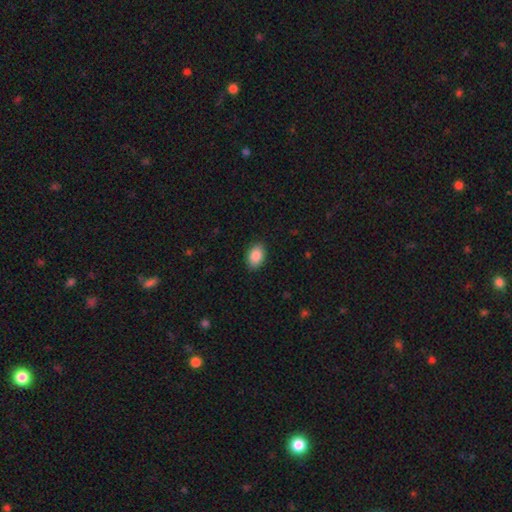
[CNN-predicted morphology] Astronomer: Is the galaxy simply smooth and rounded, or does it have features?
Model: smooth — 89%.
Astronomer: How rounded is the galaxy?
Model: in between — 87%.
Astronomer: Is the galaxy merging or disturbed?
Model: none — 88%.